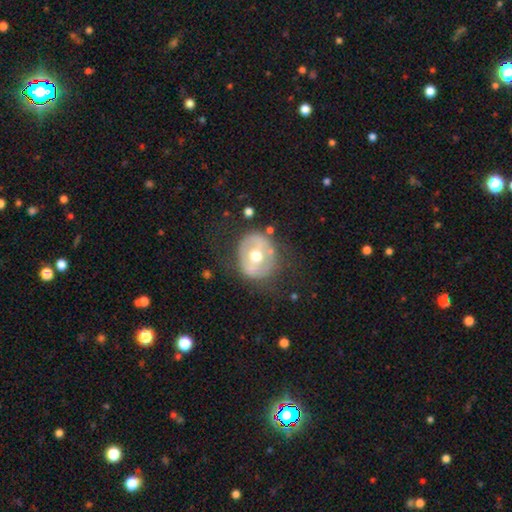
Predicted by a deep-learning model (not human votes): Smooth or featured? Predicted: featured or disk (p=0.57). Edge-on disk? Predicted: no (p=0.95). Bar? Predicted: no (p=0.52). Spiral arms? Predicted: no (p=0.82). Bulge size? Predicted: moderate (p=0.78). Merging? Predicted: none (p=0.70).